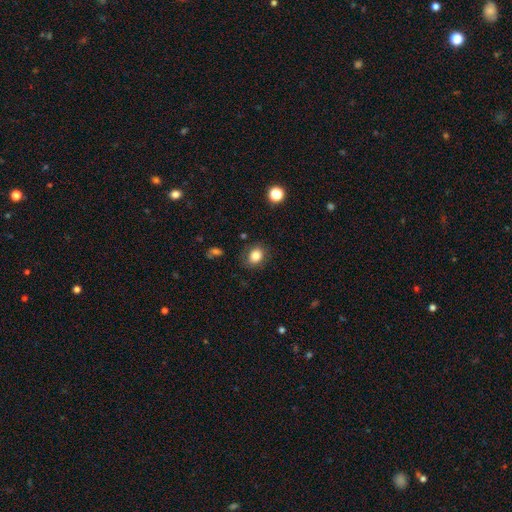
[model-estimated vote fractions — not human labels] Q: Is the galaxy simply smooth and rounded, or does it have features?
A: smooth — 83%.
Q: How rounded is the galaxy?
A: in between — 50%.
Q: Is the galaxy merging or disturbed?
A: none — 82%.